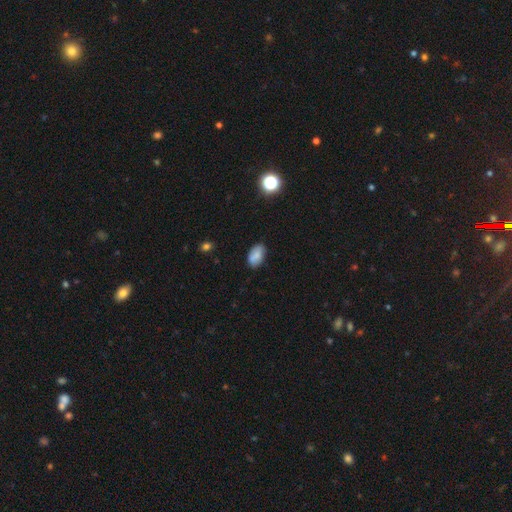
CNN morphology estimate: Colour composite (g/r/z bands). It shows a smooth galaxy with no disk features (83%) that is in between round and cigar-shaped (93%). Merging: none (80%).